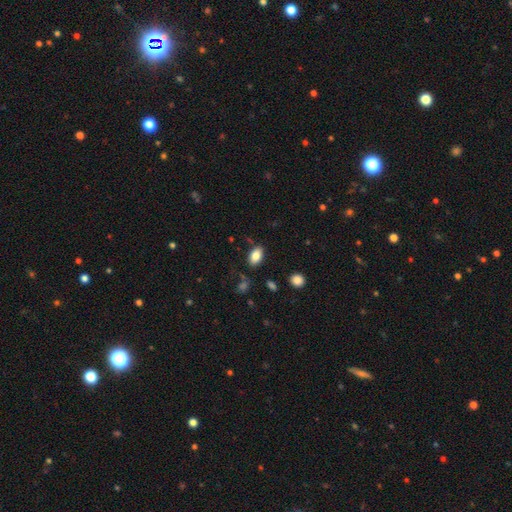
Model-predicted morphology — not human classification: This is clearly a smooth galaxy (83%). How rounded: clearly in between (90%). Merging: clearly none (82%).